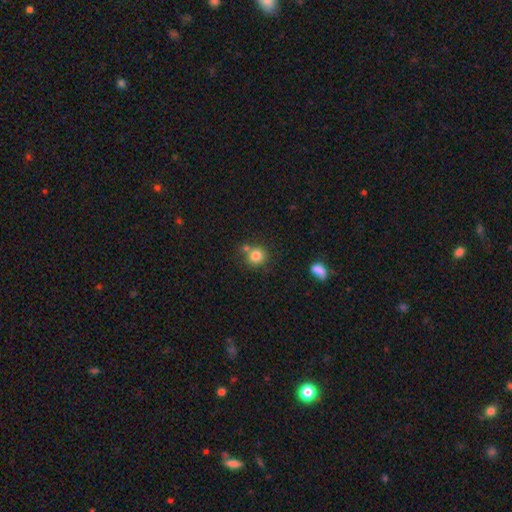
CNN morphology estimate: Smooth or featured?
  - smooth: 82% *
  - star or artifact: 11%
  - featured or disk: 7%
How rounded?
  - round: 88% *
  - in between: 11%
  - cigar-shaped: 1%
Merging?
  - none: 65% *
  - merger: 20%
  - minor disturbance: 11%
  - major disturbance: 4%